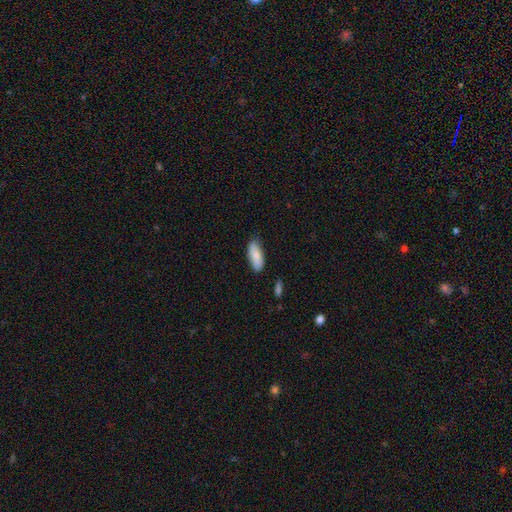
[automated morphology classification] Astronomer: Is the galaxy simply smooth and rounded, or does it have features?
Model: smooth — 85%.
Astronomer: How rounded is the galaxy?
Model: in between — 75%.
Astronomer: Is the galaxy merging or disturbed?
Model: none — 79%.